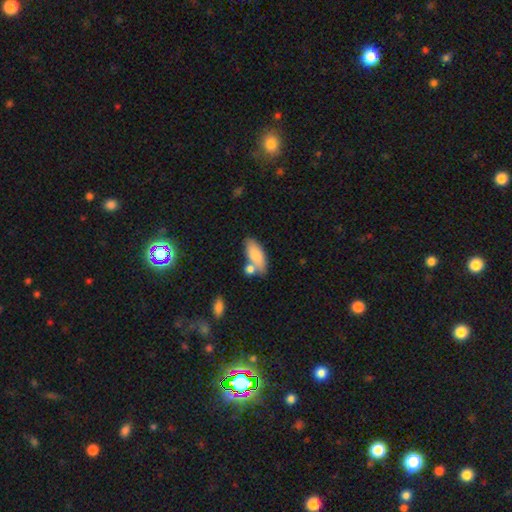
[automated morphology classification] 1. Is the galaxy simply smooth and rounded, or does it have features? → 80% smooth, 13% featured or disk, 6% star or artifact.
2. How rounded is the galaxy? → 84% in between, 13% cigar-shaped, 3% round.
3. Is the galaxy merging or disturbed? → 54% none, 26% merger, 15% minor disturbance, 4% major disturbance.